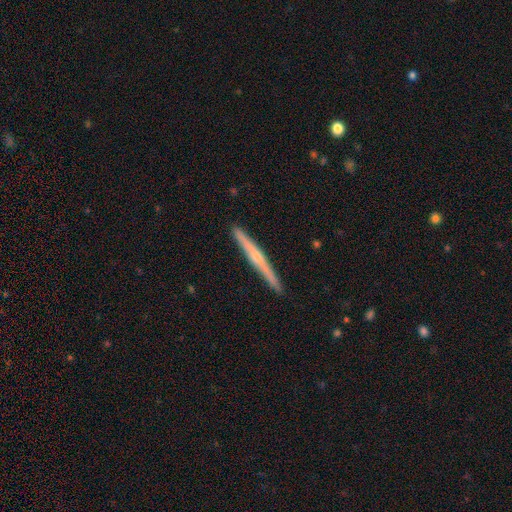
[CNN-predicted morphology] smooth_or_featured: featured or disk (p=0.67) [alt: smooth p=0.28]
disk_edge_on: yes (p=0.98) [alt: no p=0.02]
edge_on_bulge: rounded (p=0.67) [alt: none p=0.29]
merging: none (p=0.92) [alt: minor disturbance p=0.06]